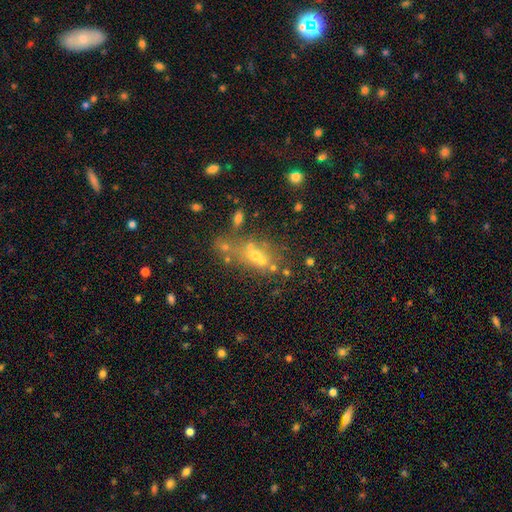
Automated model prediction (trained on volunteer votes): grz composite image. It shows a smooth galaxy with no disk features (40%). Merging: none (41%).